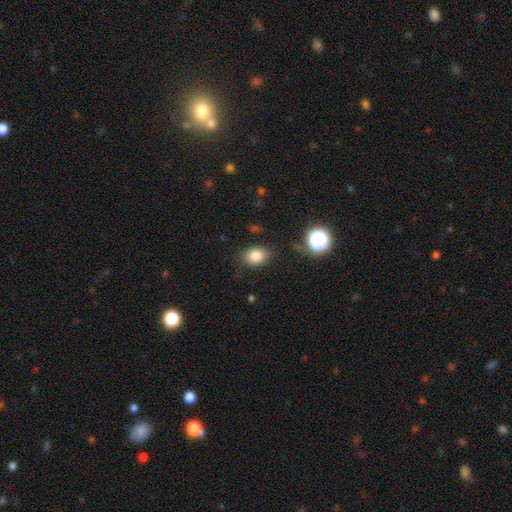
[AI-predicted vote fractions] A smooth galaxy with no disk features (81%) that is in between round and cigar-shaped (66%). Merging: none (82%).